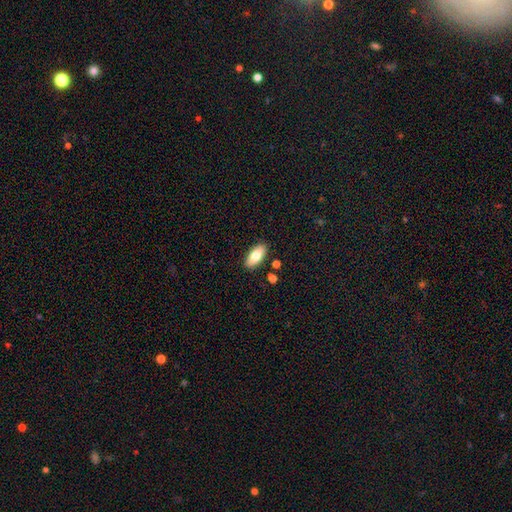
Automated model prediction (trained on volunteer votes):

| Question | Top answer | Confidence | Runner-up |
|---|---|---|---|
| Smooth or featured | smooth | 77% | featured or disk (16%) |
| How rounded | in between | 87% | cigar-shaped (10%) |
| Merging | none | 87% | minor disturbance (8%) |